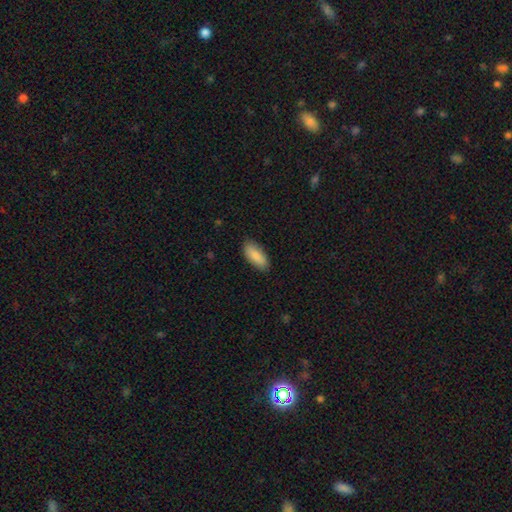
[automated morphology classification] Smooth or featured: smooth — 89% (star or artifact — 6%)
How rounded: in between — 82% (cigar-shaped — 16%)
Merging: none — 86% (minor disturbance — 11%)